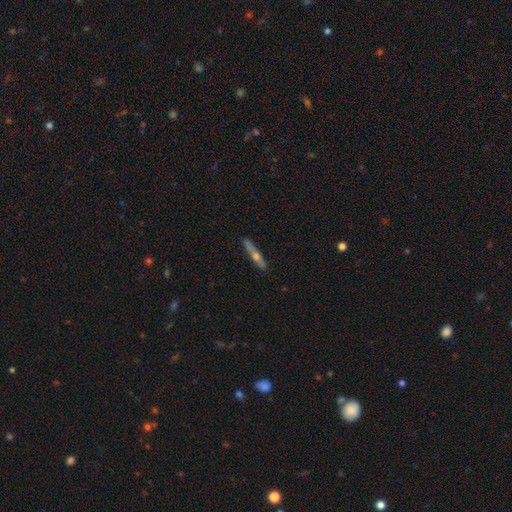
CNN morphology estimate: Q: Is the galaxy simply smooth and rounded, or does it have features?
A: featured or disk — 62%.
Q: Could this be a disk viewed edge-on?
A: yes — 90%.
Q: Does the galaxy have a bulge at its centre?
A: rounded — 88%.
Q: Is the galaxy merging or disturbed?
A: none — 87%.